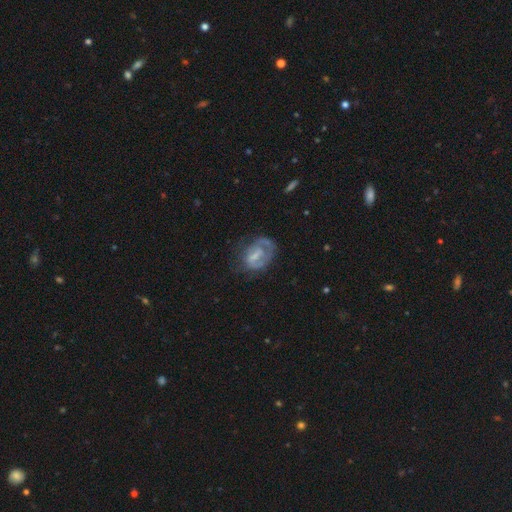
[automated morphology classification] featured or disk 58%, smooth 33%, star or artifact 9%. Down the decision tree: edge-on disk — no (96%); bar — weak (43%); spiral arms — no (52%); bulge size — small (36%); merging — none (42%).